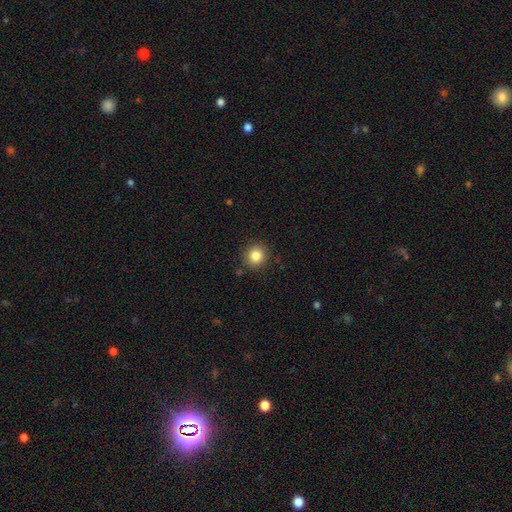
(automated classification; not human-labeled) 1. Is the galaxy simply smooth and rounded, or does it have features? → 84% smooth, 11% star or artifact, 6% featured or disk.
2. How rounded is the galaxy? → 90% round, 9% in between, 1% cigar-shaped.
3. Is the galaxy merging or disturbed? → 89% none, 7% minor disturbance, 2% major disturbance, 2% merger.